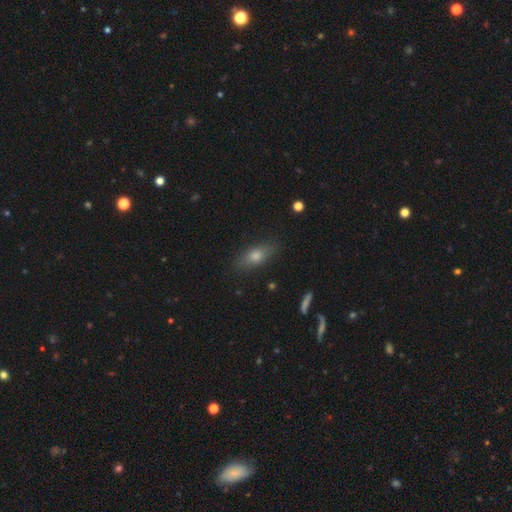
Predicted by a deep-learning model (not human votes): smooth 66%, featured or disk 23%, star or artifact 11%. Down the decision tree: how rounded — in between (69%); merging — none (84%).